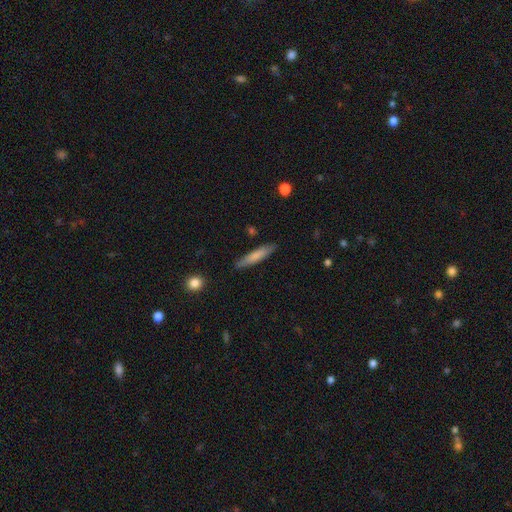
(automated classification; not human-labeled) This is likely a smooth galaxy (74%). How rounded: clearly cigar-shaped (88%). Merging: clearly none (86%).